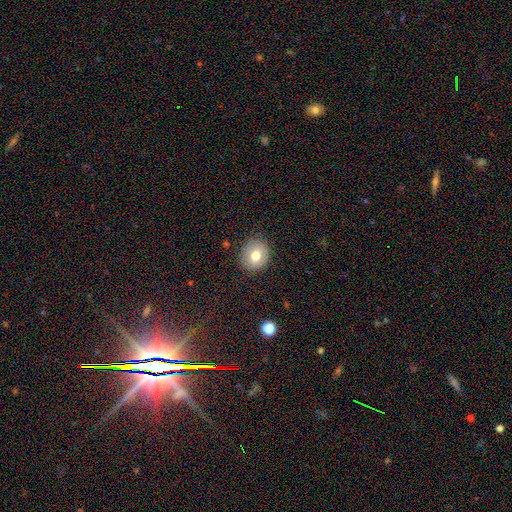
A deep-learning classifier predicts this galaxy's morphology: Smooth or featured?
  - smooth: 72% *
  - featured or disk: 19%
  - star or artifact: 9%
How rounded?
  - round: 70% *
  - in between: 29%
  - cigar-shaped: 1%
Merging?
  - none: 85% *
  - minor disturbance: 11%
  - major disturbance: 3%
  - merger: 1%